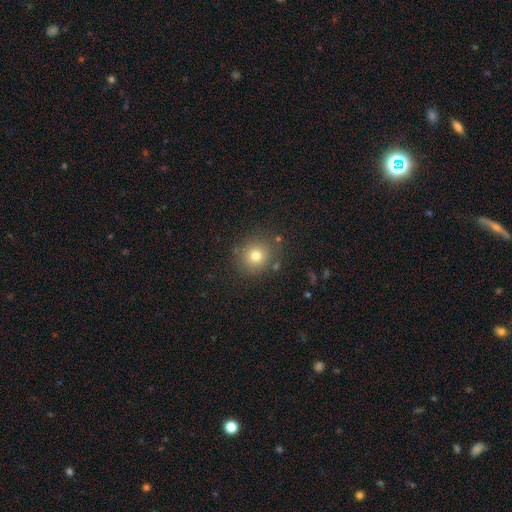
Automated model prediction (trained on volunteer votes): Q: Smooth or featured?
A: smooth (75%); runner-up: star or artifact (15%)
Q: How rounded?
A: round (88%); runner-up: in between (11%)
Q: Merging?
A: none (83%); runner-up: minor disturbance (10%)